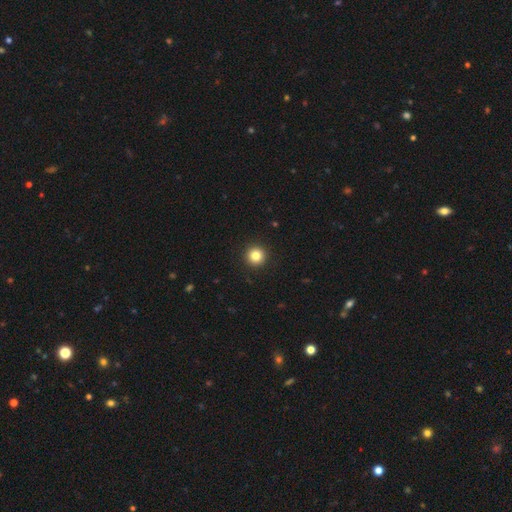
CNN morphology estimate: Smooth or featured?
  - smooth: 83% *
  - star or artifact: 11%
  - featured or disk: 6%
How rounded?
  - round: 96% *
  - in between: 3%
  - cigar-shaped: 1%
Merging?
  - none: 93% *
  - minor disturbance: 4%
  - major disturbance: 2%
  - merger: 1%